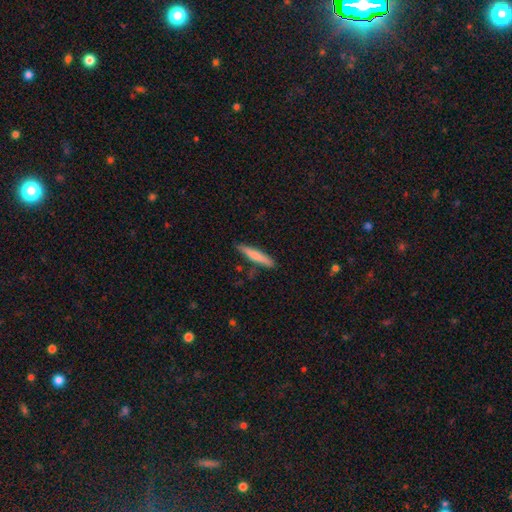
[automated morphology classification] This is likely a smooth galaxy (68%). How rounded: clearly cigar-shaped (91%). Merging: clearly none (83%).